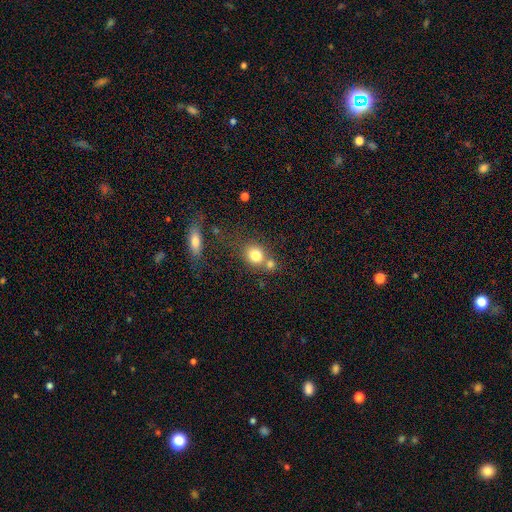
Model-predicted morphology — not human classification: A smooth galaxy with no disk features (80%) that is round (74%). Merging: none (50%).